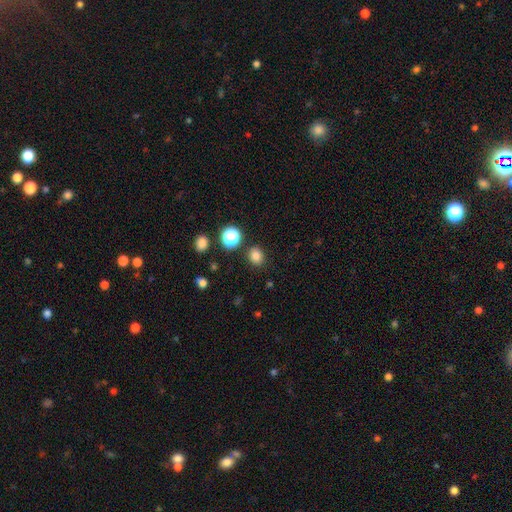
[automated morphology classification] Smooth or featured?
  - smooth: 80% *
  - star or artifact: 15%
  - featured or disk: 5%
How rounded?
  - round: 69% *
  - in between: 30%
  - cigar-shaped: 1%
Merging?
  - none: 86% *
  - minor disturbance: 8%
  - merger: 3%
  - major disturbance: 3%